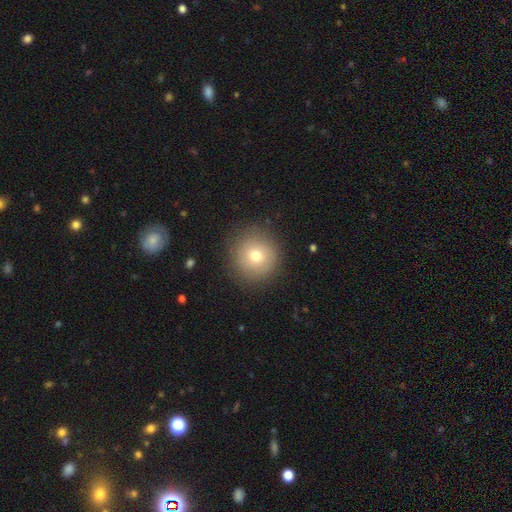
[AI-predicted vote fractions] Morphology: type=smooth (73%); roundness=round (95%); merging=none (87%).